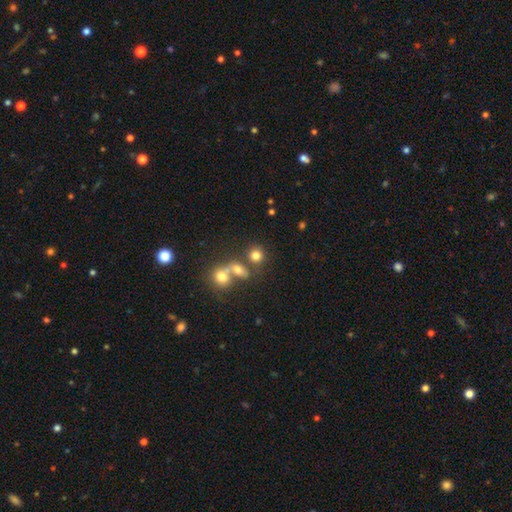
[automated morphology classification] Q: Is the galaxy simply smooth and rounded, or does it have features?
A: smooth — 77%.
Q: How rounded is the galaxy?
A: round — 80%.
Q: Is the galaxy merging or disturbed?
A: none — 56%.